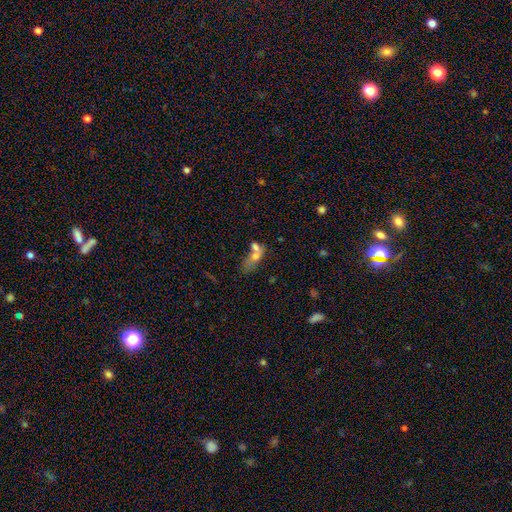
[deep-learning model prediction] A smooth galaxy with no disk features (62%) that is in between round and cigar-shaped (67%). Merging: merger (56%).